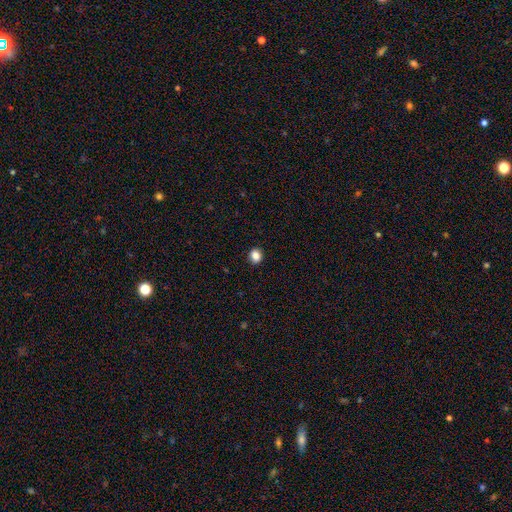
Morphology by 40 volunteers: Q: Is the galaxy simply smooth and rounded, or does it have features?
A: smooth — 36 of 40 (90%).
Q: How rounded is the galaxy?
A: round — 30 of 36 (83%).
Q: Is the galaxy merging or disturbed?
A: none — 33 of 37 (89%).